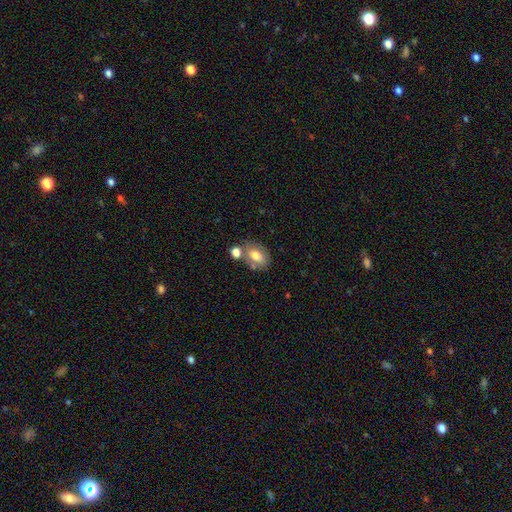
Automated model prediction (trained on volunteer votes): Smooth or featured? Predicted: smooth (p=0.71). How rounded? Predicted: in between (p=0.80). Merging? Predicted: none (p=0.58).